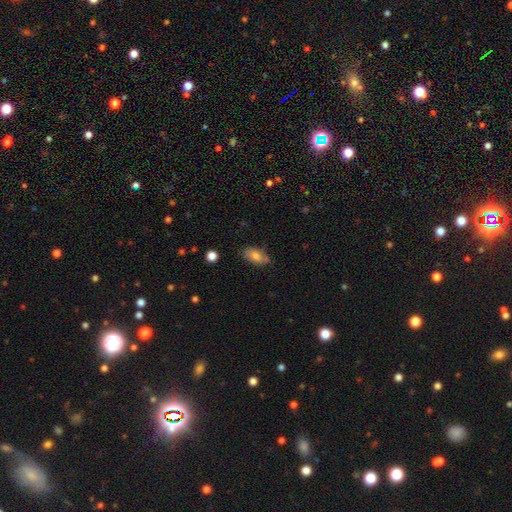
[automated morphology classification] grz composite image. It shows a smooth galaxy with no disk features (75%) that is in between round and cigar-shaped (90%). Merging: none (72%).